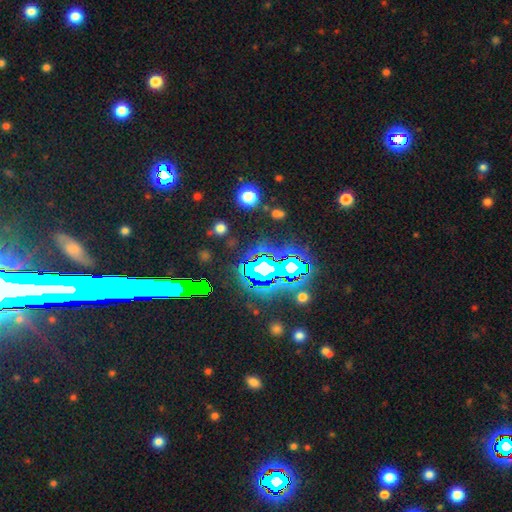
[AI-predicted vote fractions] smooth-or-featured: star or artifact: 76% | smooth: 13% | featured or disk: 12%